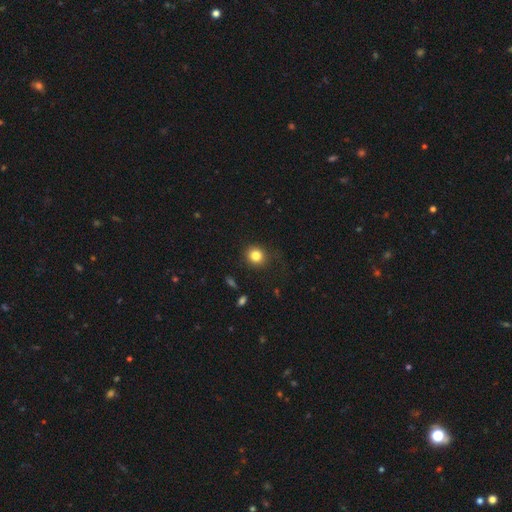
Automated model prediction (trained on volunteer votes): Smooth or featured? Predicted: smooth (p=0.82). How rounded? Predicted: round (p=0.85). Merging? Predicted: none (p=0.85).